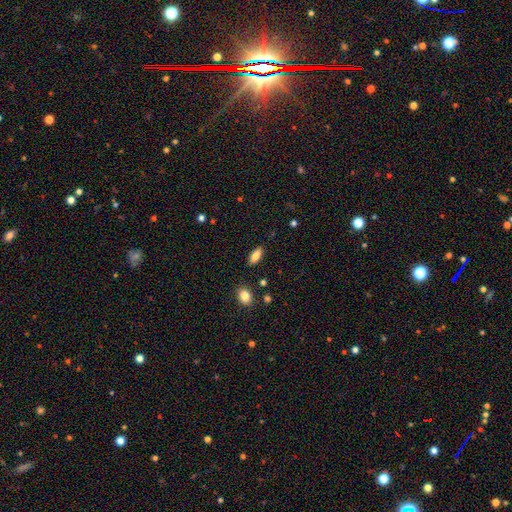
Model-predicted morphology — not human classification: The model was most divided on "how rounded": in between: 79%, cigar-shaped: 18%, round: 3%. More confident: merging — none (87%); smooth or featured — smooth (79%).